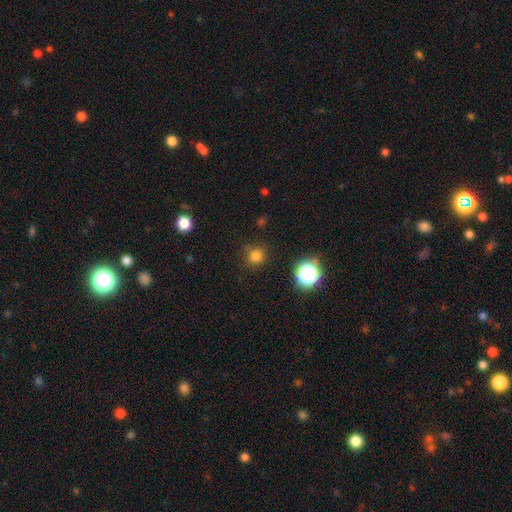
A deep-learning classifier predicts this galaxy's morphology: Overall: smooth (77%). How rounded: round (93%). Merging: none (85%).